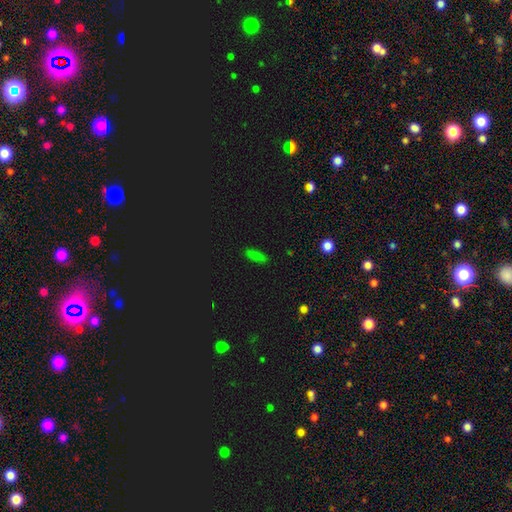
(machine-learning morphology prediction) A smooth galaxy with no disk features (76%) that is in between round and cigar-shaped (61%). Merging: none (85%).